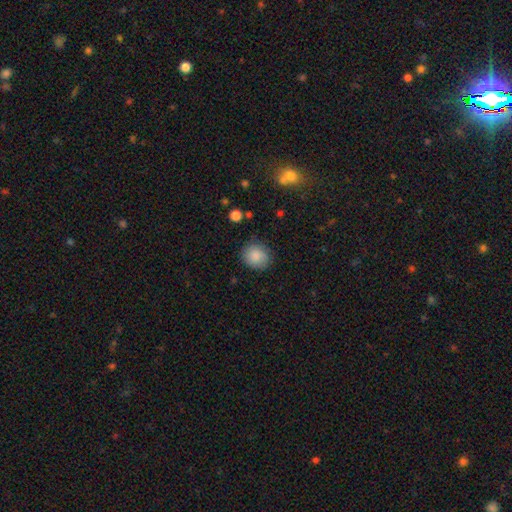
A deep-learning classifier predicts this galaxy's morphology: type=smooth (86%); roundness=round (74%); merging=none (82%).